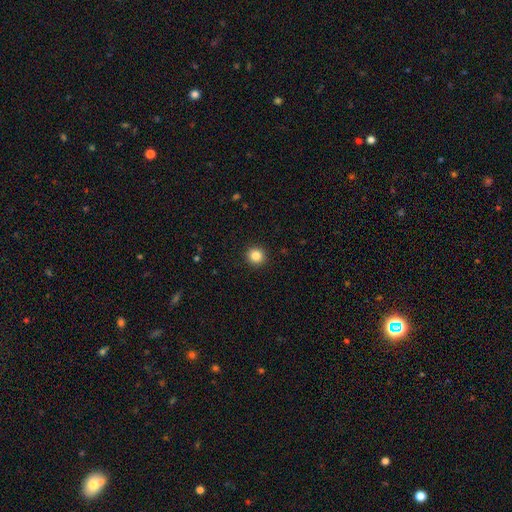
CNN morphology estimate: Q: Smooth or featured?
A: smooth (85%); runner-up: star or artifact (11%)
Q: How rounded?
A: round (95%); runner-up: in between (4%)
Q: Merging?
A: none (93%); runner-up: minor disturbance (4%)